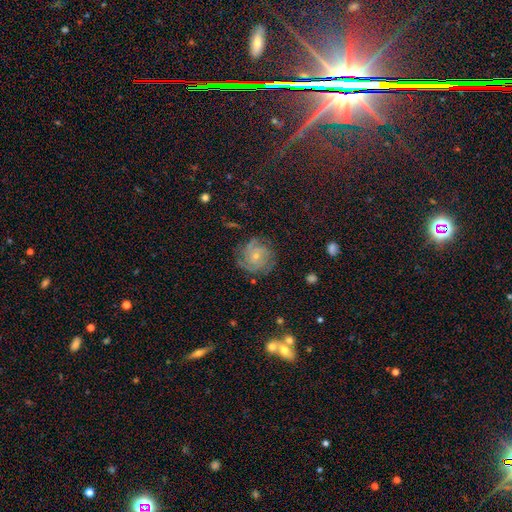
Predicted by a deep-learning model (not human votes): A featured or disk galaxy (70%) with no bar (79%), tight (61%) spiral arms (92%) and a small central bulge (75%). Merging: none (74%).